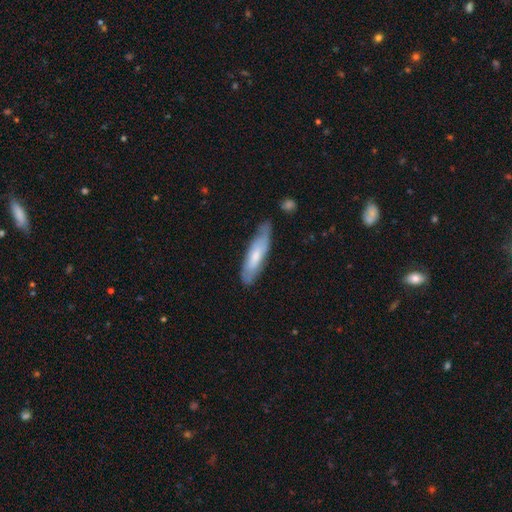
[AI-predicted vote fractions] A smooth galaxy with no disk features (56%) that is cigar-shaped (68%).

Vote fractions:
- Smooth or featured? smooth: 56% / featured or disk: 38% / star or artifact: 6%
- How rounded? cigar-shaped: 68% / in between: 30% / round: 1%
- Merging? none: 72% / minor disturbance: 22% / major disturbance: 4% / merger: 2%